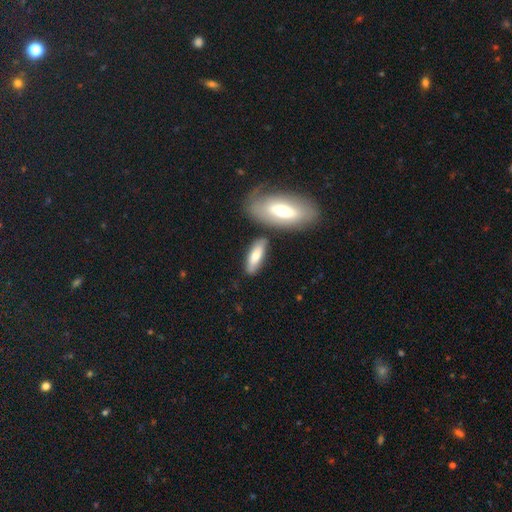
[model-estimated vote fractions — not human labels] A smooth galaxy with no disk features (67%) that is in between round and cigar-shaped (57%). Merging: none (73%).